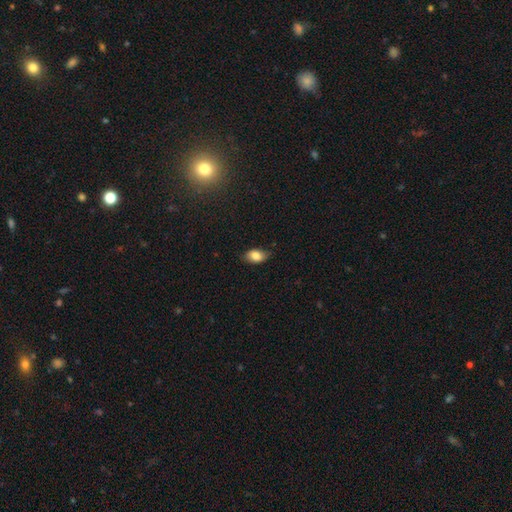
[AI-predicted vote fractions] Smooth or featured: smooth — 83% (featured or disk — 9%)
How rounded: in between — 88% (round — 10%)
Merging: none — 78% (minor disturbance — 18%)